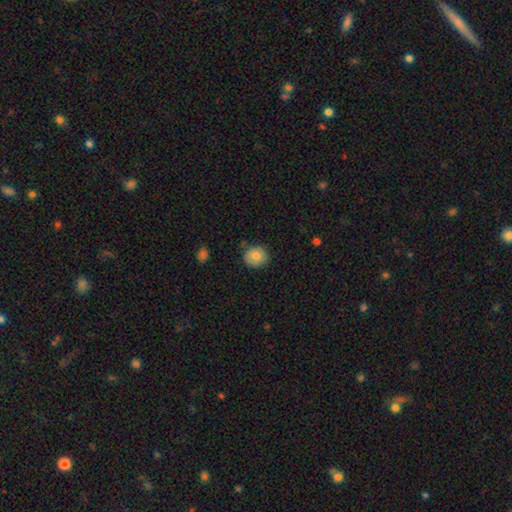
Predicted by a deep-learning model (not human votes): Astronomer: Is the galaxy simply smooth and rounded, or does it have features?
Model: smooth — 77%.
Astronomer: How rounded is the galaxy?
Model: round — 83%.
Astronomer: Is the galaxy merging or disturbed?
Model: none — 84%.